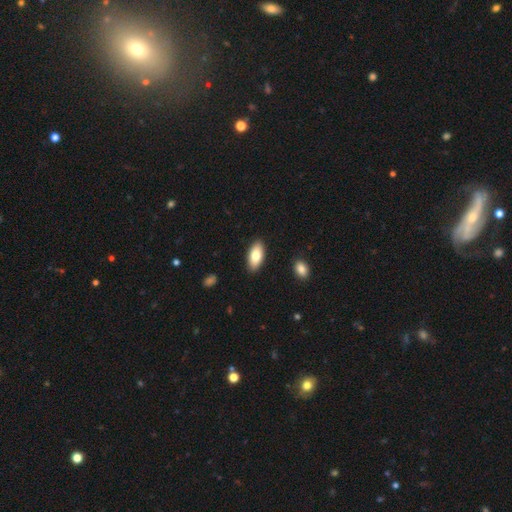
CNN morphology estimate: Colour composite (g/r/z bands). It shows a smooth galaxy with no disk features (81%) that is in between round and cigar-shaped (90%). Merging: none (89%).